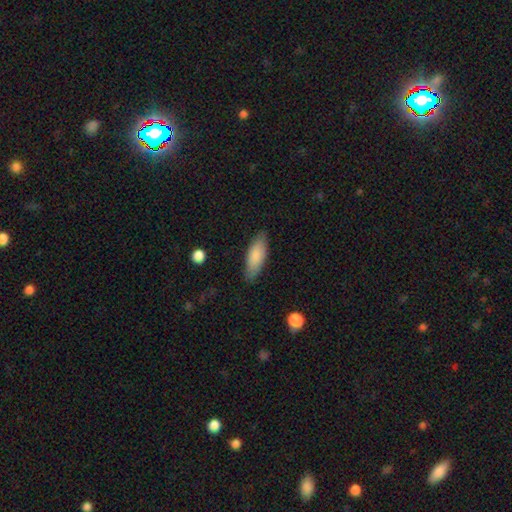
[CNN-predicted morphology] smooth_or_featured: smooth (p=0.83) [alt: featured or disk p=0.11]
how_rounded: in between (p=0.71) [alt: cigar-shaped p=0.27]
merging: none (p=0.81) [alt: minor disturbance p=0.15]